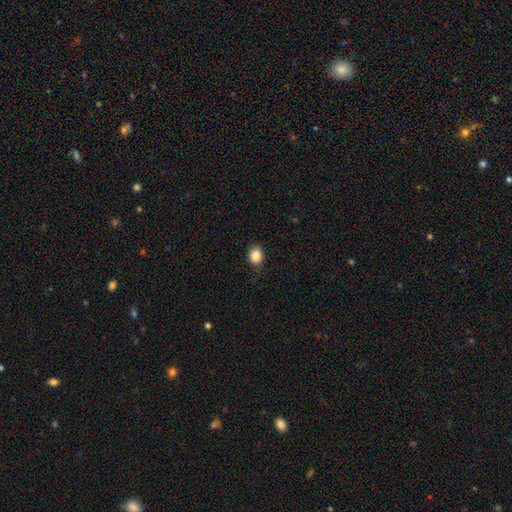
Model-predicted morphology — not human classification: Overall: smooth (87%). How rounded: in between (53%; round 46%). Merging: none (82%).